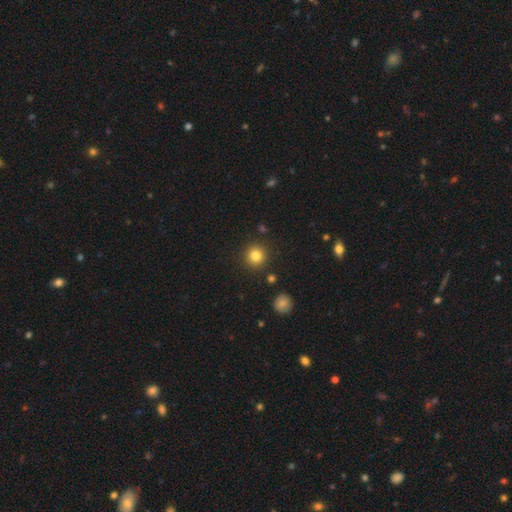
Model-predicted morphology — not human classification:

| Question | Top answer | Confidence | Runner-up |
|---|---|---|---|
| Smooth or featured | smooth | 82% | star or artifact (12%) |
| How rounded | round | 94% | in between (5%) |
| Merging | none | 89% | minor disturbance (6%) |